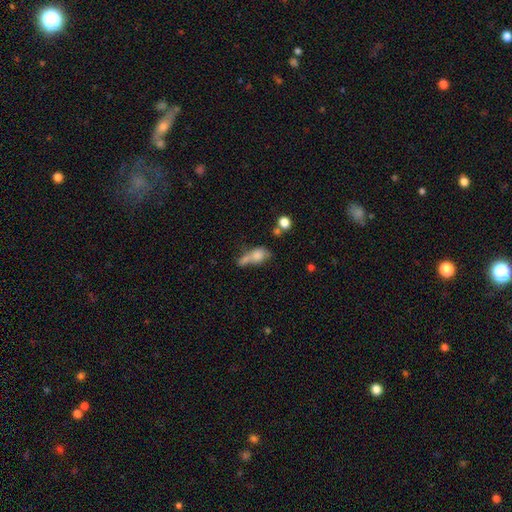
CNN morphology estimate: Smooth or featured? smooth (70%)
How rounded? in between (64%)
Merging? merger (50%)